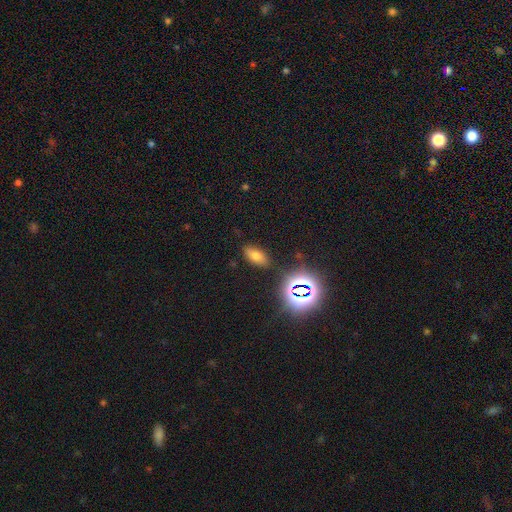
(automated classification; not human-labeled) Morphology: type=smooth (63%); roundness=in between (84%); merging=none (84%).